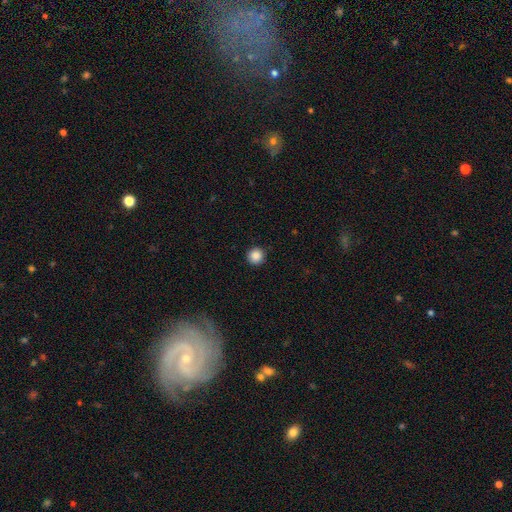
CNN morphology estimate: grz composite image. It shows a smooth galaxy with no disk features (87%) that is round (96%). Merging: none (91%).